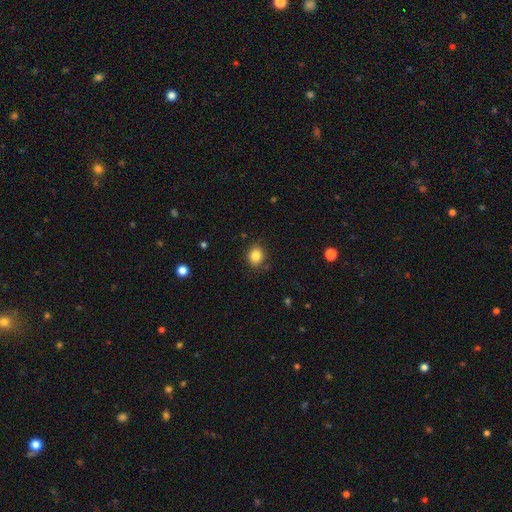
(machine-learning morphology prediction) smooth-or-featured: smooth: 84% | star or artifact: 10% | featured or disk: 6%
  how-rounded: round: 64% | in between: 35% | cigar-shaped: 1%
  merging: none: 85% | minor disturbance: 11% | major disturbance: 3% | merger: 2%